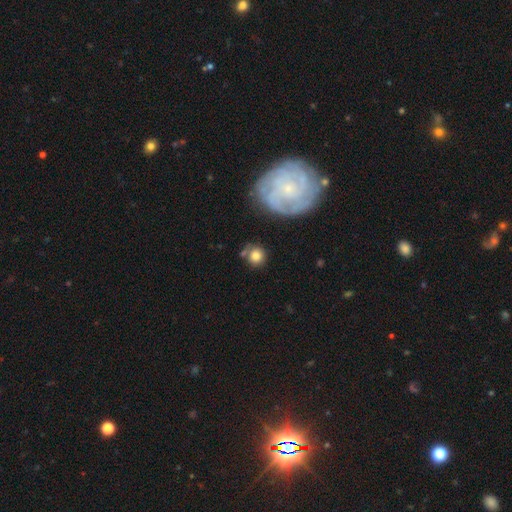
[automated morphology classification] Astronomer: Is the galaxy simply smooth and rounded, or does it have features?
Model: smooth — 78%.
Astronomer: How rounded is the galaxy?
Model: round — 89%.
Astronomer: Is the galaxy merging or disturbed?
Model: none — 71%.